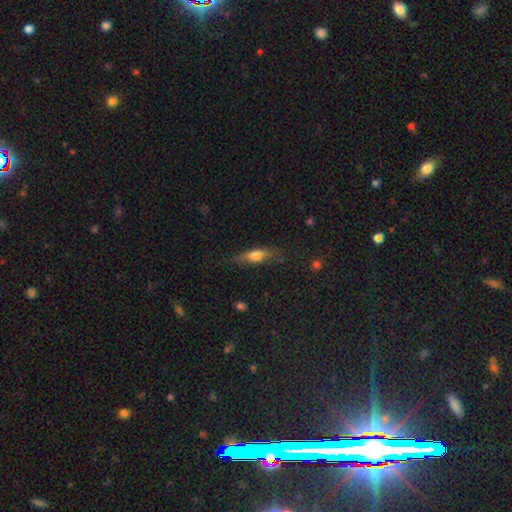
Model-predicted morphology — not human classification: A smooth galaxy with no disk features (55%) that is cigar-shaped (54%).

Vote fractions:
- Smooth or featured? smooth: 55% / featured or disk: 37% / star or artifact: 7%
- How rounded? cigar-shaped: 54% / in between: 42% / round: 4%
- Merging? none: 76% / minor disturbance: 18% / major disturbance: 5% / merger: 1%